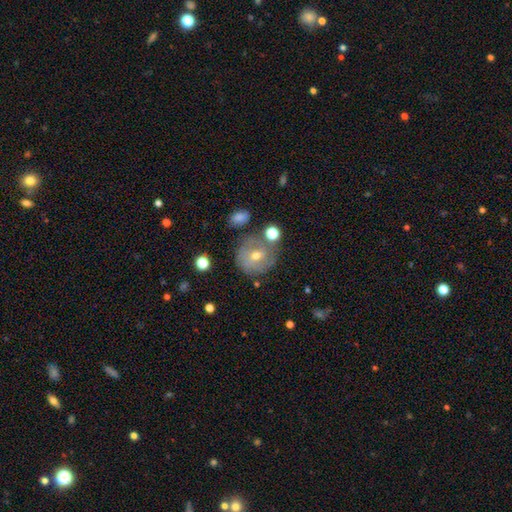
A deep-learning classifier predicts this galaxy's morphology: The model was most divided on "smooth or featured": featured or disk: 46%, smooth: 43%, star or artifact: 11%. More confident: merging — none (65%).